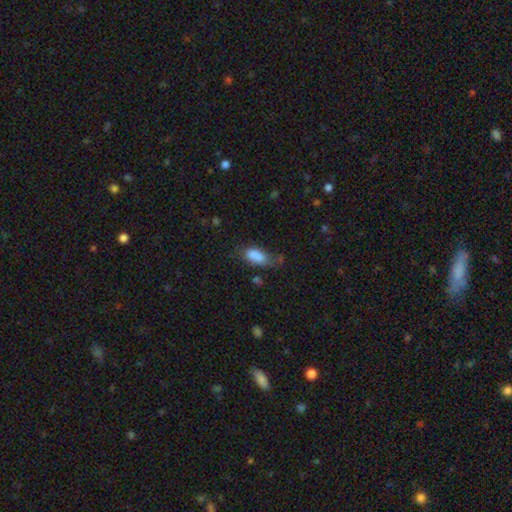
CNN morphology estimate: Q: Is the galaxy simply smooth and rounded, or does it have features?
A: smooth — 82%.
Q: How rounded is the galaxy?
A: in between — 86%.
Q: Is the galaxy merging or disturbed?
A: none — 39%.